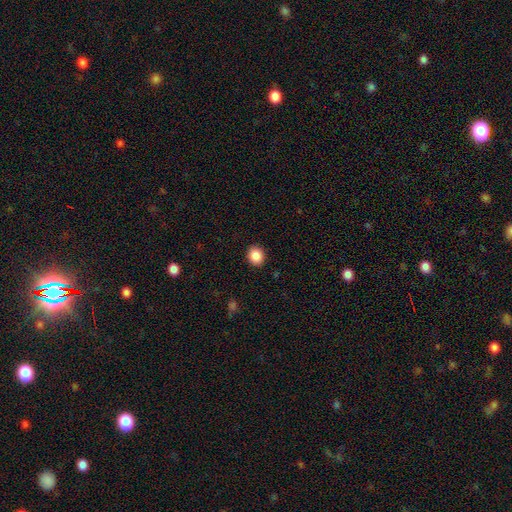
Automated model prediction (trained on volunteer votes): A smooth galaxy with no disk features (88%) that is round (66%). Merging: none (91%).